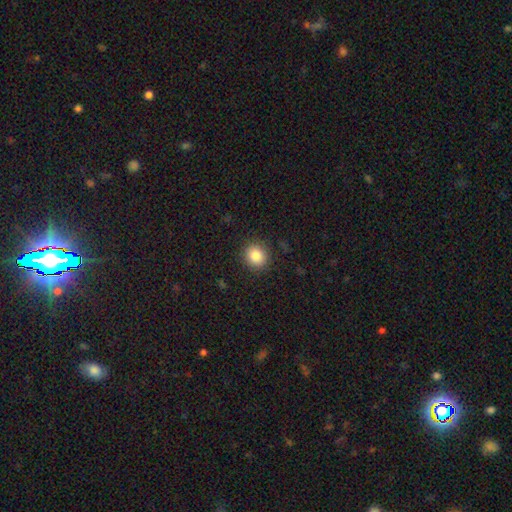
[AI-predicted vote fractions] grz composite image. It shows a smooth galaxy with no disk features (84%) that is round (86%). Merging: none (90%).